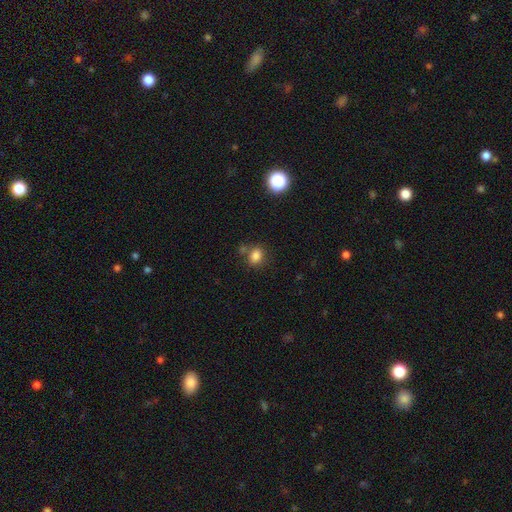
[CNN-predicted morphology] Overall: smooth (82%). How rounded: in between (59%; round 40%). Merging: none (69%).